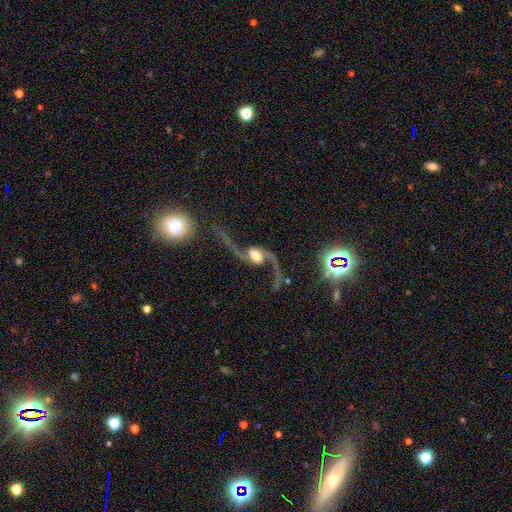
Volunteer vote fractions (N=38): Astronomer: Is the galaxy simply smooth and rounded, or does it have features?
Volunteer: featured or disk — 92%.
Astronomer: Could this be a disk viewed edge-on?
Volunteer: no — 91%.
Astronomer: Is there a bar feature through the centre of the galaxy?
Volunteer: no — 44% (runner-up: weak, 38%).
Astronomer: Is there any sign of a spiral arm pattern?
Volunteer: yes — 97%.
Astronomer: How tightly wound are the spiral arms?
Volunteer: loose — 100%.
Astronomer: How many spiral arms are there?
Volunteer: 2 — 100%.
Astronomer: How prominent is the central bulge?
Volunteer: moderate — 66%.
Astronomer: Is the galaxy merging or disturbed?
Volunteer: none — 49%.